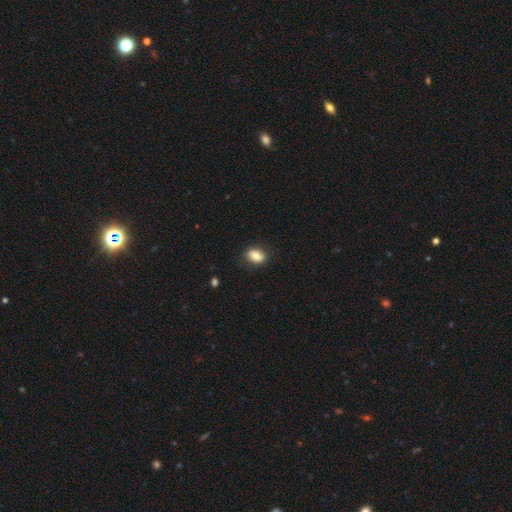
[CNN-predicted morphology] A smooth galaxy with no disk features (83%) that is in between round and cigar-shaped (81%). Merging: none (83%).